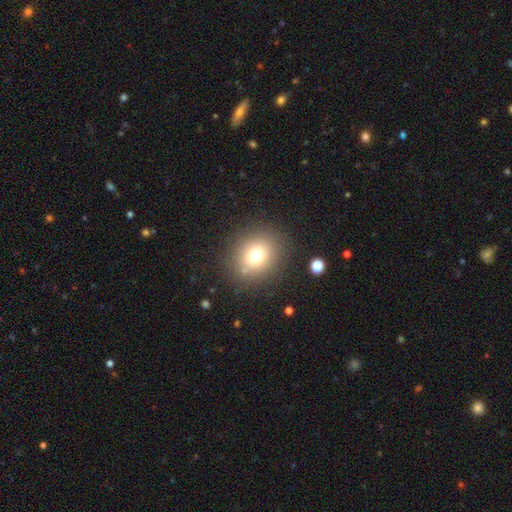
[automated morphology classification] This appears to be a smooth galaxy with no disk features (73%) that is round (71%). Merging: none (84%).